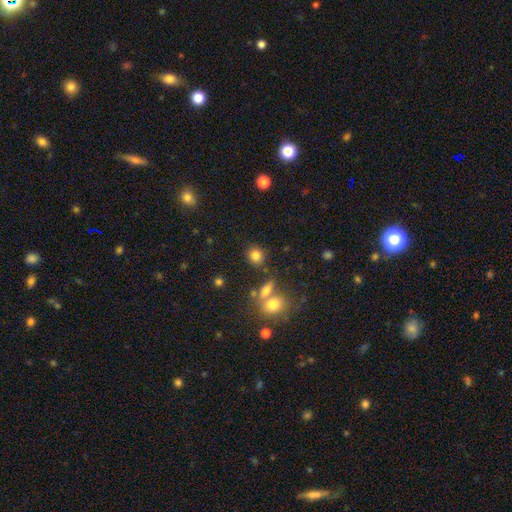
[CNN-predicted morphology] A smooth galaxy with no disk features (82%) that is round (75%).

Vote fractions:
- Smooth or featured? smooth: 82% / star or artifact: 12% / featured or disk: 7%
- How rounded? round: 75% / in between: 24% / cigar-shaped: 1%
- Merging? none: 76% / minor disturbance: 10% / merger: 10% / major disturbance: 4%